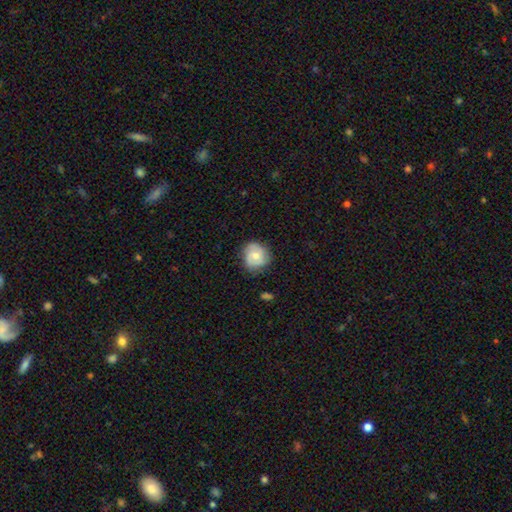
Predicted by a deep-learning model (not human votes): Overall: smooth (59%; featured or disk 33%). How rounded: round (83%). Merging: none (71%).